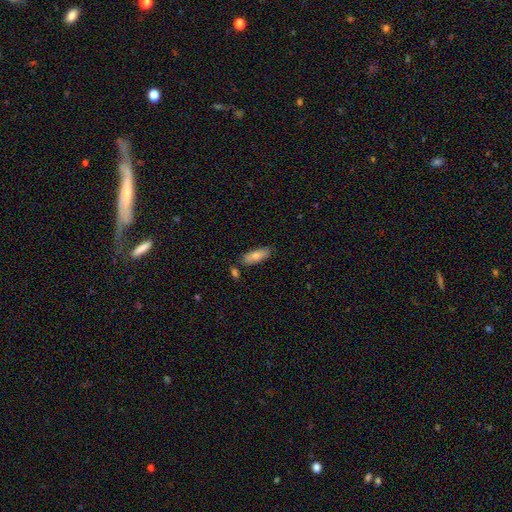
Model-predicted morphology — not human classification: smooth_or_featured: smooth (p=0.79) [alt: featured or disk p=0.14]
how_rounded: in between (p=0.68) [alt: cigar-shaped p=0.30]
merging: none (p=0.79) [alt: minor disturbance p=0.13]